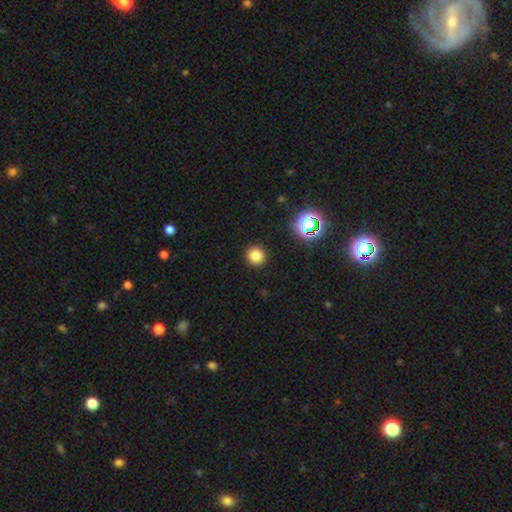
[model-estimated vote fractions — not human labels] A smooth galaxy with no disk features (80%) that is round (94%). Merging: none (92%).